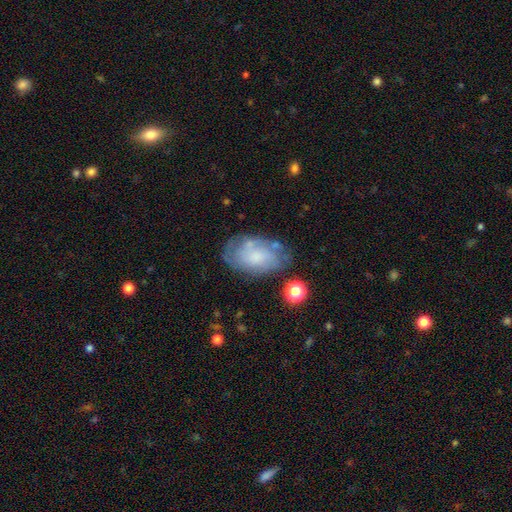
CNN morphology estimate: This is possibly a featured or disk galaxy (55%). It is clearly not viewed edge-on (95%). Bar: likely no (74%). Spiral arm pattern: likely yes (75%). Central bulge: possibly small (46%). Merging: likely none (62%).